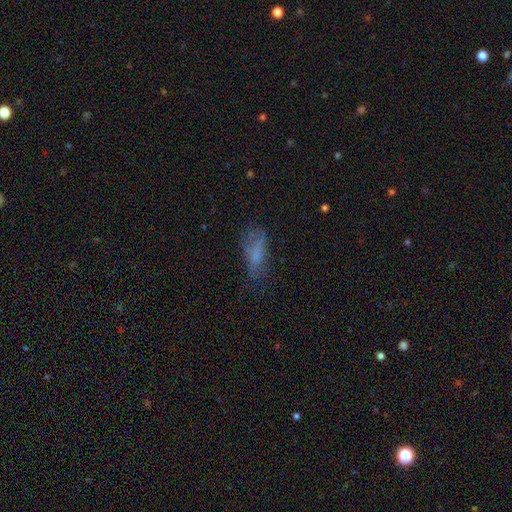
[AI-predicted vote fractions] This appears to be a smooth galaxy with no disk features (60%) that is in between round and cigar-shaped (68%). Merging: none (50%).